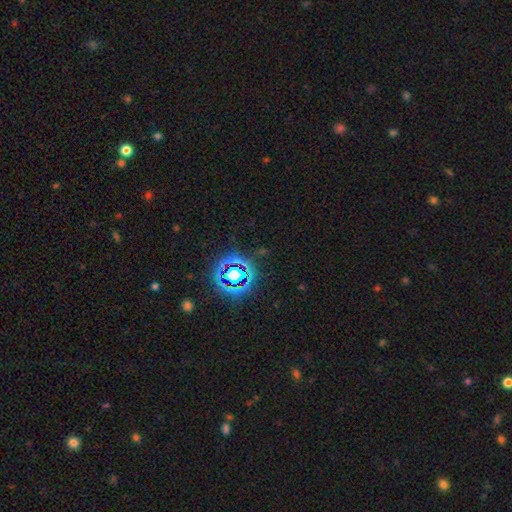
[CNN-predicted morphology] This is likely a star or artifact rather than a galaxy (76%).